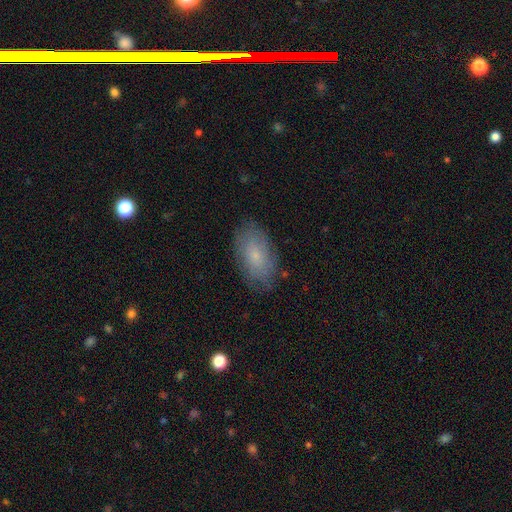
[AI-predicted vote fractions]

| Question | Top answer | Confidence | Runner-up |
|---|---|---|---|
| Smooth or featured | smooth | 68% | featured or disk (24%) |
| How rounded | in between | 93% | round (4%) |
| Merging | none | 80% | minor disturbance (15%) |